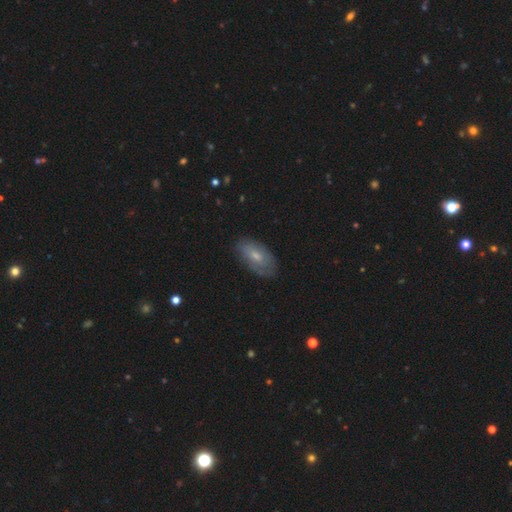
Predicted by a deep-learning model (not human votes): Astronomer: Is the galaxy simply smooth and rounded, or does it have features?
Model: smooth — 54% (runner-up: featured or disk, 39%).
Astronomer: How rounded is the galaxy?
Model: in between — 92%.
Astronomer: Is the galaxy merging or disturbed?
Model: none — 76%.